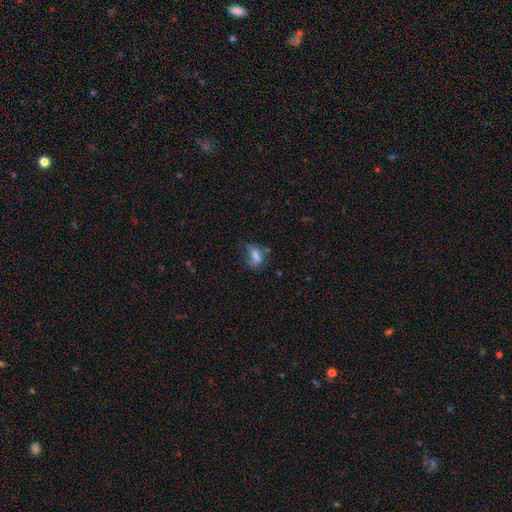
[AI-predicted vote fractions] Morphology: type=smooth (69%); roundness=in between (79%); merging=none (44%).